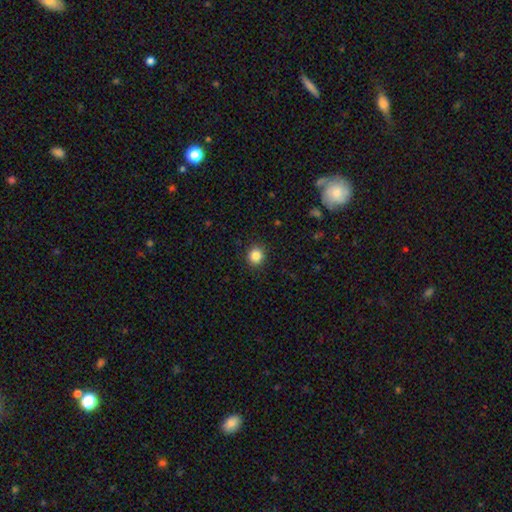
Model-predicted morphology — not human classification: A smooth galaxy with no disk features (85%) that is round (88%). Merging: none (91%).